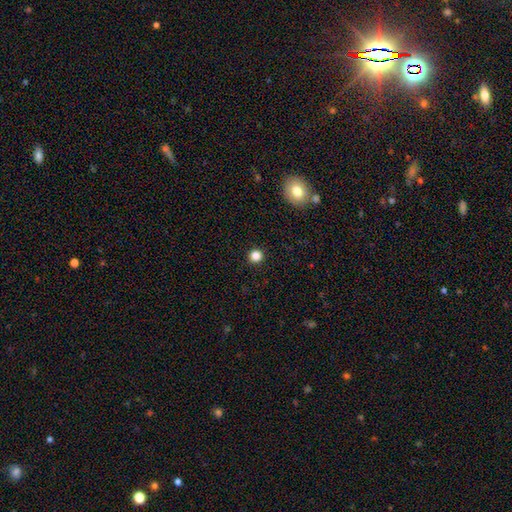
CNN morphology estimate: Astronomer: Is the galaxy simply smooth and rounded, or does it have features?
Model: smooth — 83%.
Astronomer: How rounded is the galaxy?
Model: round — 93%.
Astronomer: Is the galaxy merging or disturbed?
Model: none — 92%.